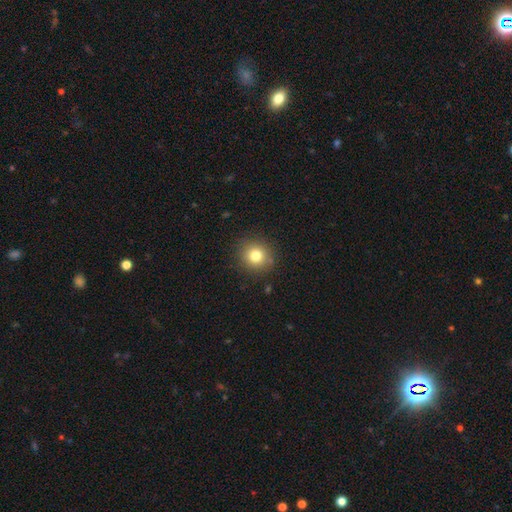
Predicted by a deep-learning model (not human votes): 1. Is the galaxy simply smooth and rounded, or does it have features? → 79% smooth, 12% star or artifact, 9% featured or disk.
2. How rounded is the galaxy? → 91% round, 8% in between, 1% cigar-shaped.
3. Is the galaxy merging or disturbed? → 89% none, 7% minor disturbance, 3% major disturbance, 1% merger.